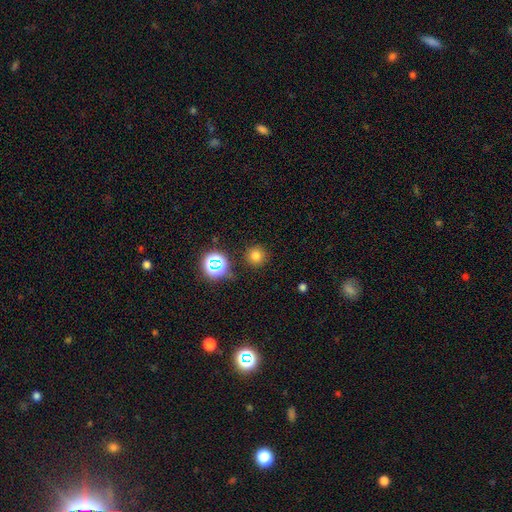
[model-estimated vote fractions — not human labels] Smooth or featured: smooth — 74% (star or artifact — 20%)
How rounded: round — 94% (in between — 5%)
Merging: none — 88% (minor disturbance — 7%)